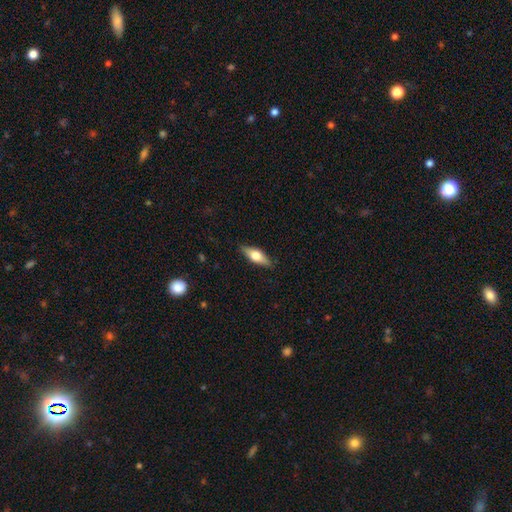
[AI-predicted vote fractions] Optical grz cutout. It shows a smooth galaxy with no disk features (57%) that is in between round and cigar-shaped (63%). Merging: none (87%).